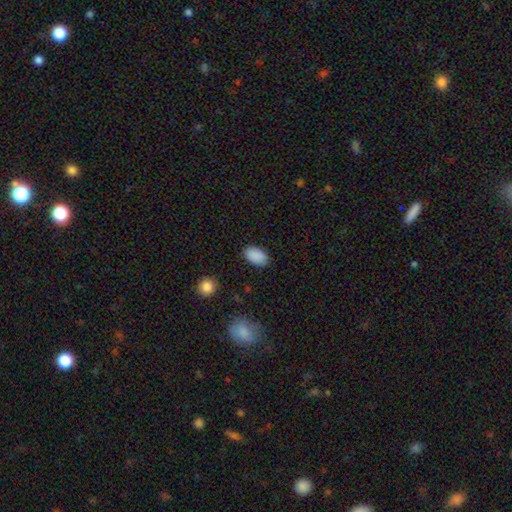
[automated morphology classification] smooth_or_featured: smooth (p=0.89) [alt: star or artifact p=0.08]
how_rounded: in between (p=0.92) [alt: round p=0.06]
merging: none (p=0.87) [alt: minor disturbance p=0.10]